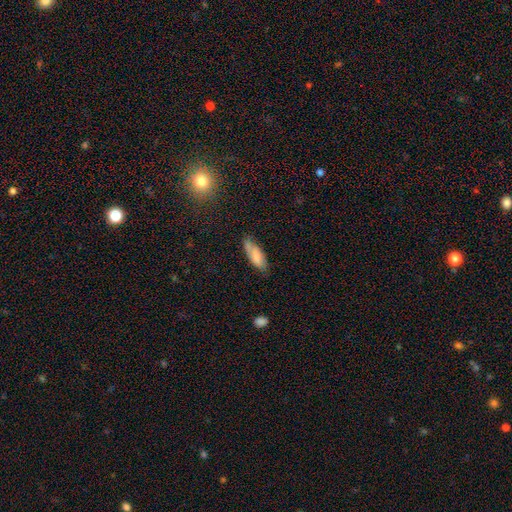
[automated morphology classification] Smooth or featured? Predicted: smooth (p=0.72). How rounded? Predicted: in between (p=0.70). Merging? Predicted: none (p=0.64).